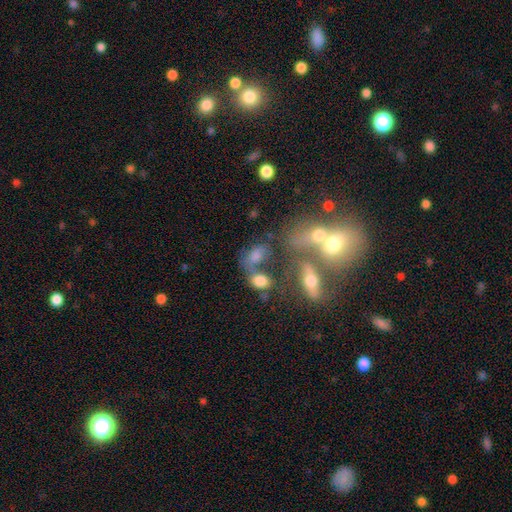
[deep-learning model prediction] smooth 67%, featured or disk 18%, star or artifact 15%. Down the decision tree: how rounded — in between (80%); merging — merger (41%).